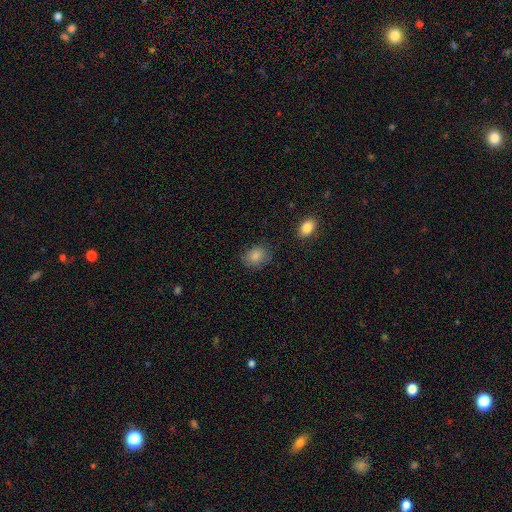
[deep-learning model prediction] Q: Smooth or featured?
A: smooth (85%); runner-up: star or artifact (9%)
Q: How rounded?
A: in between (54%); runner-up: round (45%)
Q: Merging?
A: none (80%); runner-up: minor disturbance (14%)